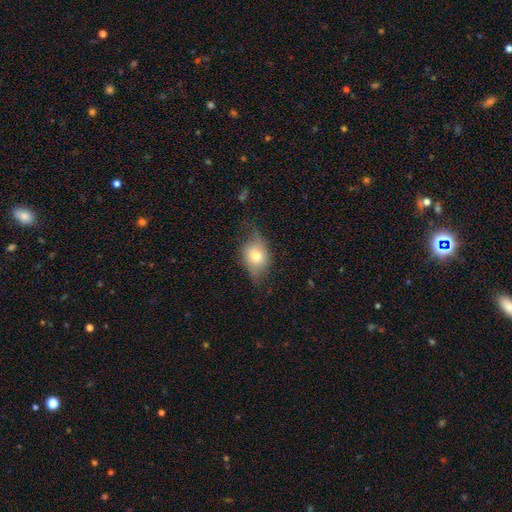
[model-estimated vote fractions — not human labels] Q: Smooth or featured?
A: smooth (65%); runner-up: featured or disk (26%)
Q: How rounded?
A: in between (66%); runner-up: round (32%)
Q: Merging?
A: none (51%); runner-up: minor disturbance (34%)